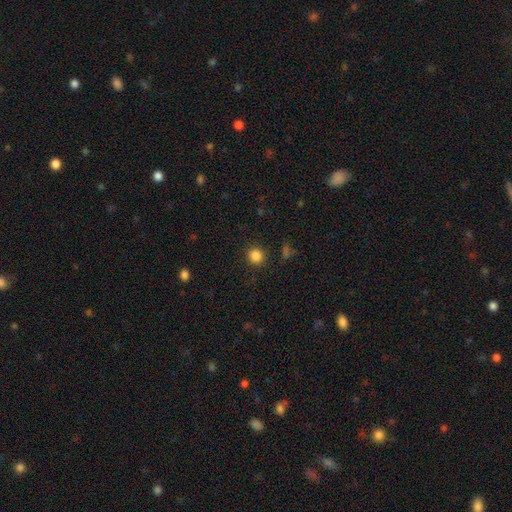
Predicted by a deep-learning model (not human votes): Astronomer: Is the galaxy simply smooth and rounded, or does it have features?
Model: smooth — 85%.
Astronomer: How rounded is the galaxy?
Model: round — 88%.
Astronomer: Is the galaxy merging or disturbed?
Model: none — 89%.